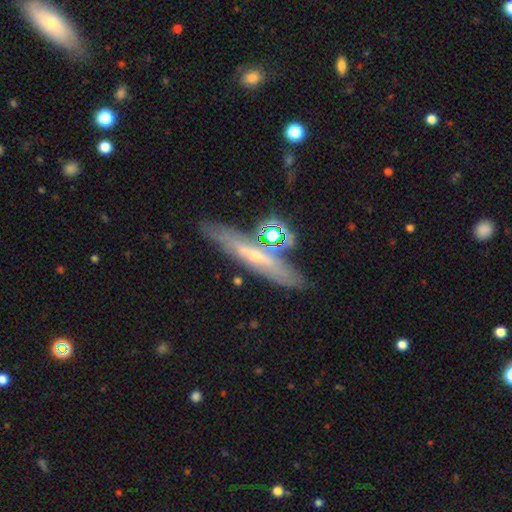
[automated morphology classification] Overall: featured or disk (62%; smooth 27%). Edge-on disk: yes (70%). Merging: none (74%).